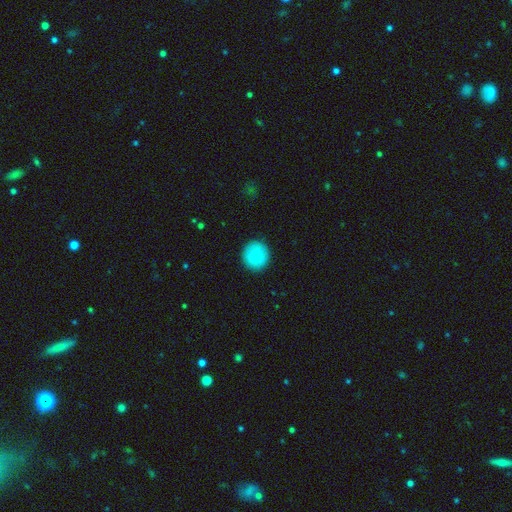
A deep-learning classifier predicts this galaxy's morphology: A smooth galaxy with no disk features (88%) that is round (92%).

Vote fractions:
- Smooth or featured? smooth: 88% / star or artifact: 7% / featured or disk: 4%
- How rounded? round: 92% / in between: 7% / cigar-shaped: 1%
- Merging? none: 91% / minor disturbance: 6% / major disturbance: 2% / merger: 1%